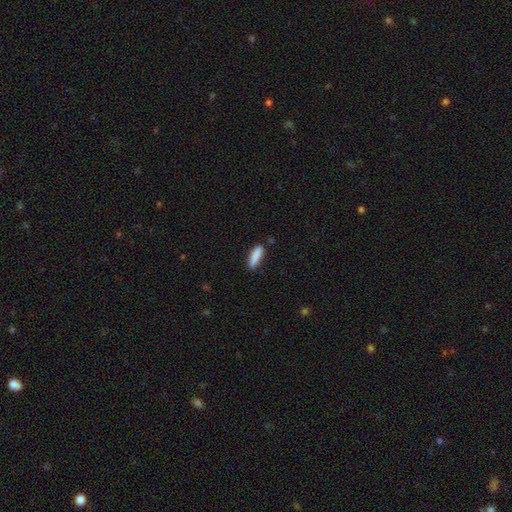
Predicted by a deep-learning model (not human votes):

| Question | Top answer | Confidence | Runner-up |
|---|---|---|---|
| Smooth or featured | smooth | 88% | star or artifact (6%) |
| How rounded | cigar-shaped | 66% | in between (33%) |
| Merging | none | 81% | minor disturbance (14%) |